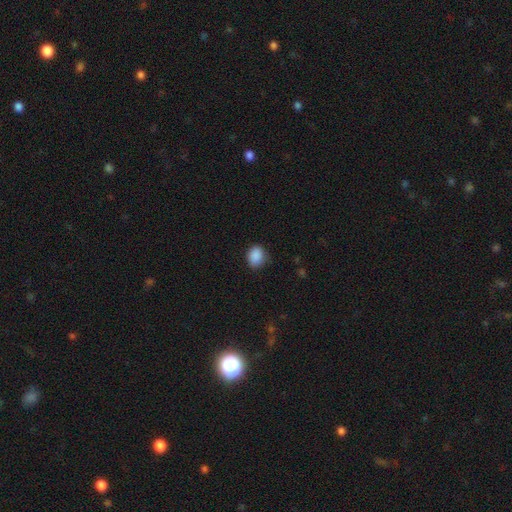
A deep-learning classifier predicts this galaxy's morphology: A smooth galaxy with no disk features (88%) that is in between round and cigar-shaped (55%).

Vote fractions:
- Smooth or featured? smooth: 88% / star or artifact: 8% / featured or disk: 3%
- How rounded? in between: 55% / round: 44% / cigar-shaped: 1%
- Merging? none: 76% / minor disturbance: 19% / major disturbance: 3% / merger: 1%